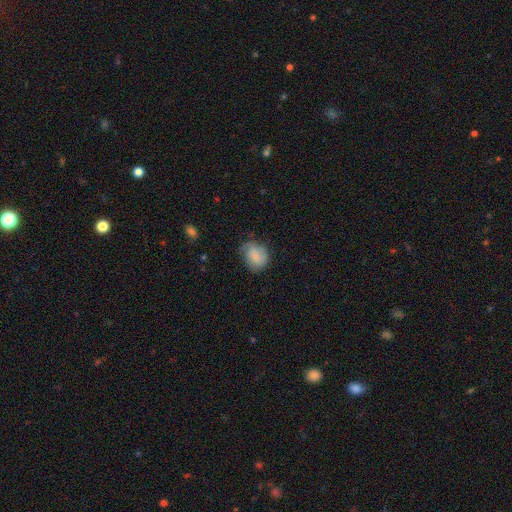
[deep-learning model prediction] smooth_or_featured: smooth (p=0.70) [alt: featured or disk p=0.23]
how_rounded: round (p=0.51) [alt: in between p=0.48]
merging: none (p=0.51) [alt: minor disturbance p=0.34]